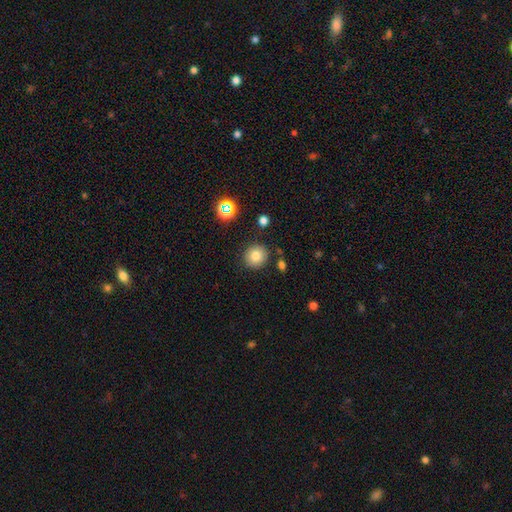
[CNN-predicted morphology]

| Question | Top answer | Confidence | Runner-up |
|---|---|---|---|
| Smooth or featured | smooth | 79% | star or artifact (13%) |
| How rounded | round | 90% | in between (9%) |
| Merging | none | 85% | minor disturbance (8%) |